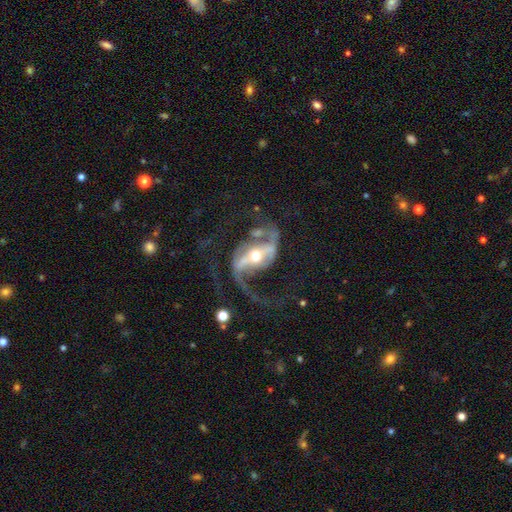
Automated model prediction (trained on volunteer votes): Smooth or featured? Predicted: featured or disk (p=0.91). Edge-on disk? Predicted: no (p=0.96). Bar? Predicted: strong (p=0.63). Spiral arms? Predicted: yes (p=0.95). Spiral winding? Predicted: loose (p=0.57). Spiral arm count? Predicted: 2 (p=0.89). Bulge size? Predicted: moderate (p=0.66). Merging? Predicted: none (p=0.54).